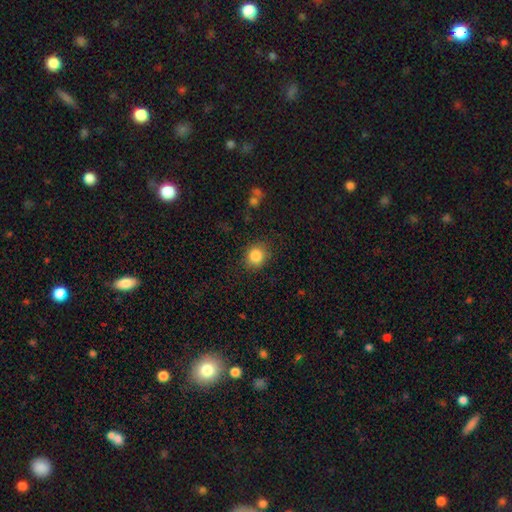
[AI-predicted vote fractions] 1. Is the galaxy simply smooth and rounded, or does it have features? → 85% smooth, 10% star or artifact, 5% featured or disk.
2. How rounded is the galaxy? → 78% round, 21% in between, 1% cigar-shaped.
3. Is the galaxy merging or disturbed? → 84% none, 11% minor disturbance, 3% major disturbance, 1% merger.